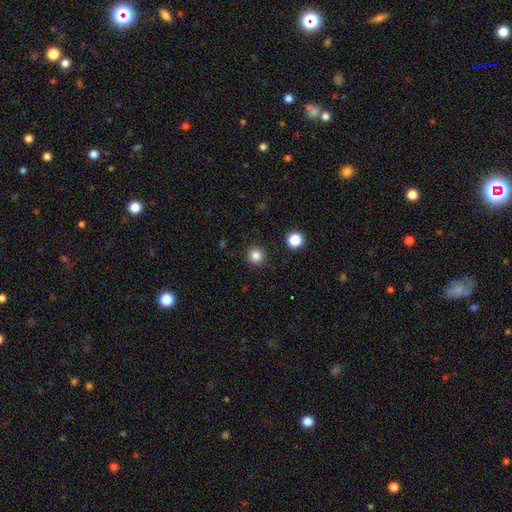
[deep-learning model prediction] A smooth galaxy with no disk features (83%) that is round (96%). Merging: none (92%).